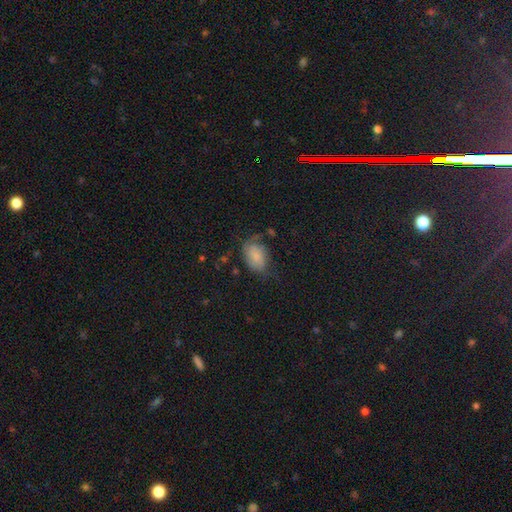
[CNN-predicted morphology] Q: Smooth or featured?
A: smooth (67%); runner-up: featured or disk (24%)
Q: How rounded?
A: in between (85%); runner-up: round (14%)
Q: Merging?
A: none (44%); runner-up: minor disturbance (33%)